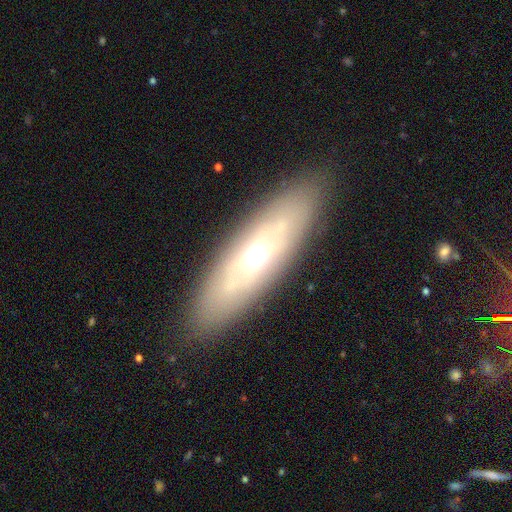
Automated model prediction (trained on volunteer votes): Q: Smooth or featured?
A: featured or disk (58%); runner-up: smooth (35%)
Q: Edge-on disk?
A: no (60%); runner-up: yes (40%)
Q: Merging?
A: none (84%); runner-up: minor disturbance (11%)